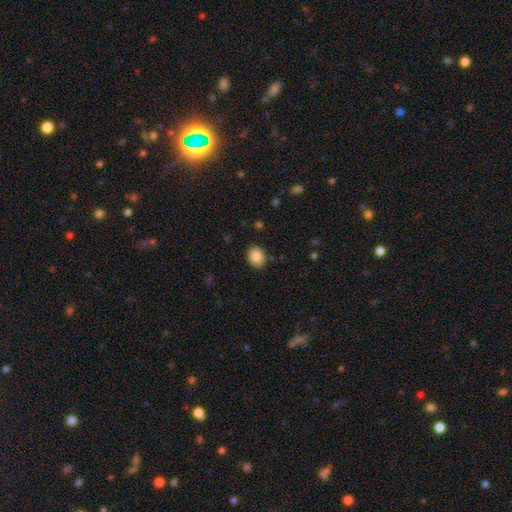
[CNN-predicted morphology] Q: Smooth or featured?
A: smooth (86%); runner-up: star or artifact (8%)
Q: How rounded?
A: in between (58%); runner-up: round (41%)
Q: Merging?
A: none (87%); runner-up: minor disturbance (9%)